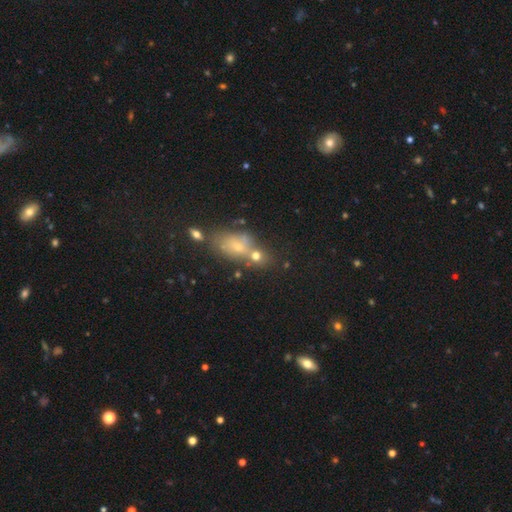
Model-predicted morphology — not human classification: This is possibly a smooth galaxy (53%). How rounded: likely in between (65%). Merging: possibly none (51%).